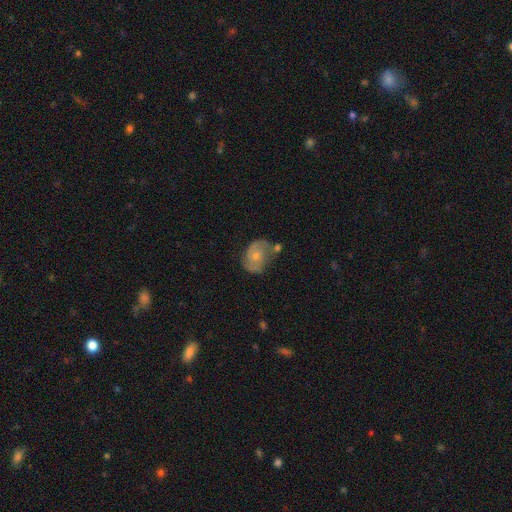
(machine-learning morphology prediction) This appears to be a featured or disk galaxy (57%) with no bar (75%), spiral arms (78%) and a small central bulge (59%). Merging: none (43%).